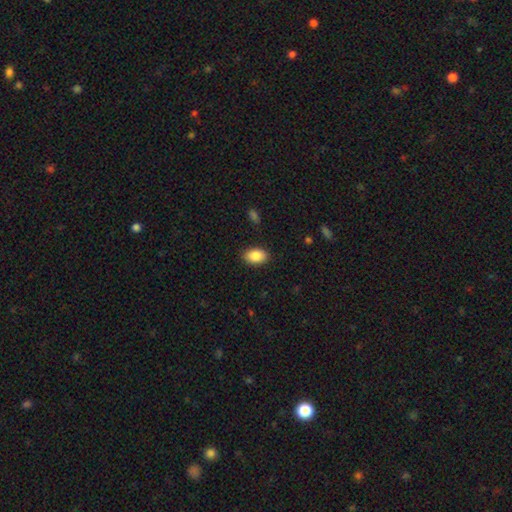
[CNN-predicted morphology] A smooth galaxy with no disk features (88%) that is in between round and cigar-shaped (90%).

Vote fractions:
- Smooth or featured? smooth: 88% / star or artifact: 7% / featured or disk: 5%
- How rounded? in between: 90% / round: 9% / cigar-shaped: 1%
- Merging? none: 88% / minor disturbance: 9% / major disturbance: 2% / merger: 1%